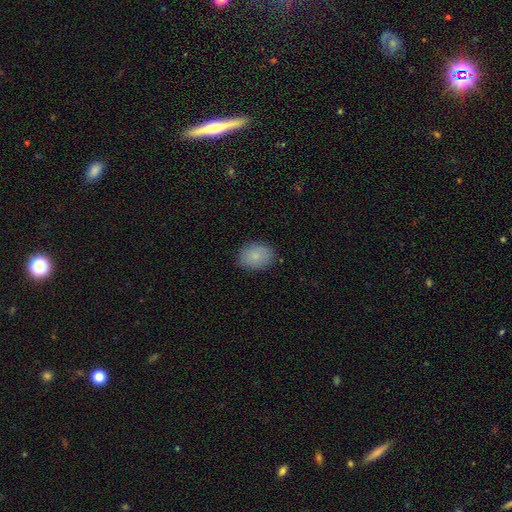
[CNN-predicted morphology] Smooth or featured: smooth — 85% (star or artifact — 8%)
How rounded: in between — 71% (round — 28%)
Merging: none — 85% (minor disturbance — 12%)